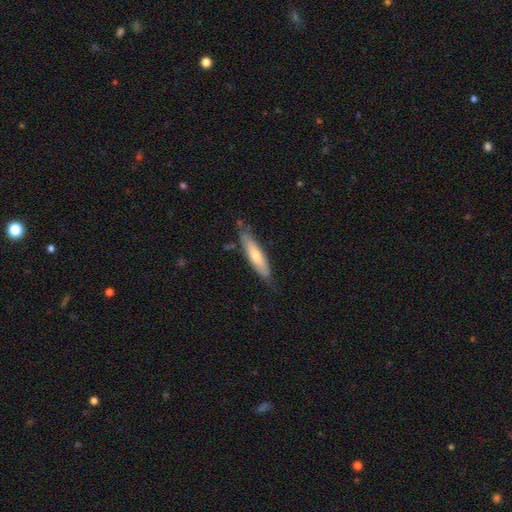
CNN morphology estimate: Smooth or featured?
  - smooth: 60% *
  - featured or disk: 34%
  - star or artifact: 5%
How rounded?
  - cigar-shaped: 79% *
  - in between: 20%
  - round: 1%
Merging?
  - none: 74% *
  - minor disturbance: 20%
  - major disturbance: 4%
  - merger: 3%